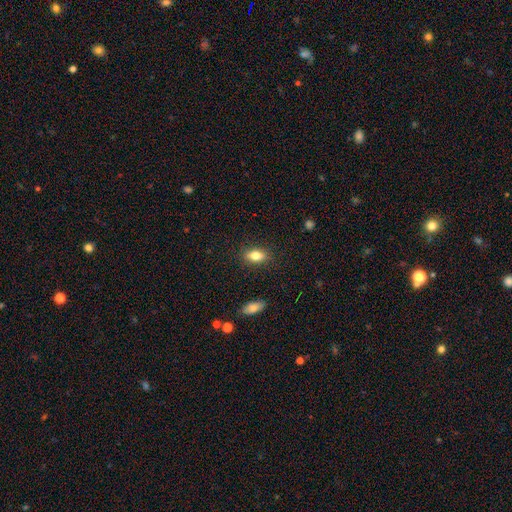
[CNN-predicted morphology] Smooth or featured: smooth — 81% (featured or disk — 11%)
How rounded: in between — 84% (cigar-shaped — 8%)
Merging: none — 87% (minor disturbance — 9%)